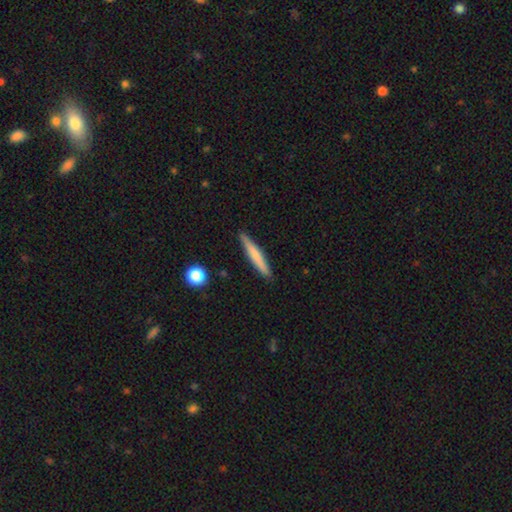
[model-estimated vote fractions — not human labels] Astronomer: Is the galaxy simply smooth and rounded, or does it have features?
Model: smooth — 64%.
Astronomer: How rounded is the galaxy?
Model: cigar-shaped — 94%.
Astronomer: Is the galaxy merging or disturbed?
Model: none — 90%.